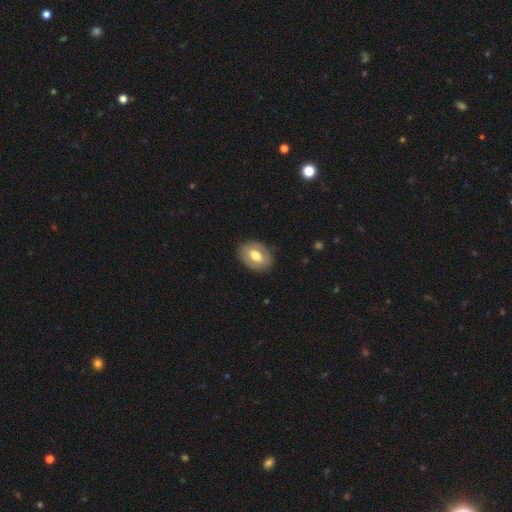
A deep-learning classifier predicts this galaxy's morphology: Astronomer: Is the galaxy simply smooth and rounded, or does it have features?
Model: smooth — 58% (runner-up: featured or disk, 36%).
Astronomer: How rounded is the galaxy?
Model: in between — 76%.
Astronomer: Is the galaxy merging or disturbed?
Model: none — 85%.